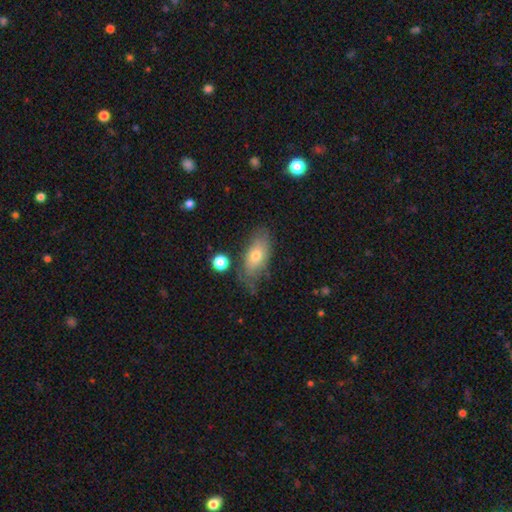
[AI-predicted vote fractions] Smooth or featured?
  - smooth: 66% *
  - featured or disk: 27%
  - star or artifact: 7%
How rounded?
  - in between: 86% *
  - cigar-shaped: 10%
  - round: 5%
Merging?
  - none: 62% *
  - minor disturbance: 25%
  - major disturbance: 8%
  - merger: 4%